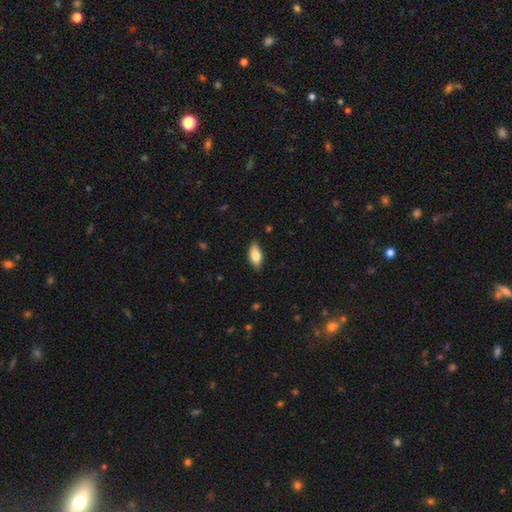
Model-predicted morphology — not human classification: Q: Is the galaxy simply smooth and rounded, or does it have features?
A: smooth — 76%.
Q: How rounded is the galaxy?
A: in between — 84%.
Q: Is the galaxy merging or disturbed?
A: none — 86%.